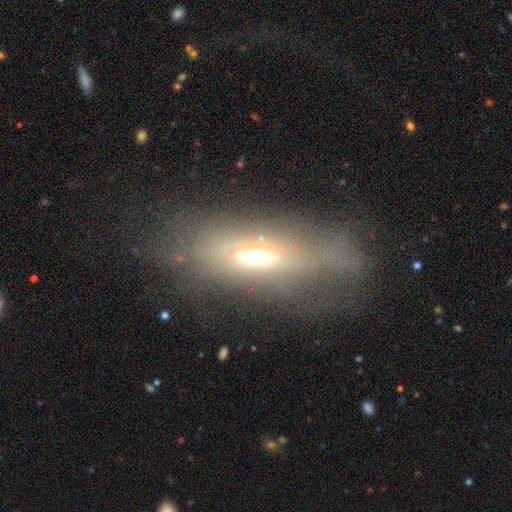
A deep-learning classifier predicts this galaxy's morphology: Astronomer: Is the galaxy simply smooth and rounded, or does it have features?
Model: featured or disk — 55% (runner-up: smooth, 34%).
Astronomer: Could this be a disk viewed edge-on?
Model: yes — 54% (runner-up: no, 46%).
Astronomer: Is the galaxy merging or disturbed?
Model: none — 46% (runner-up: minor disturbance, 26%).